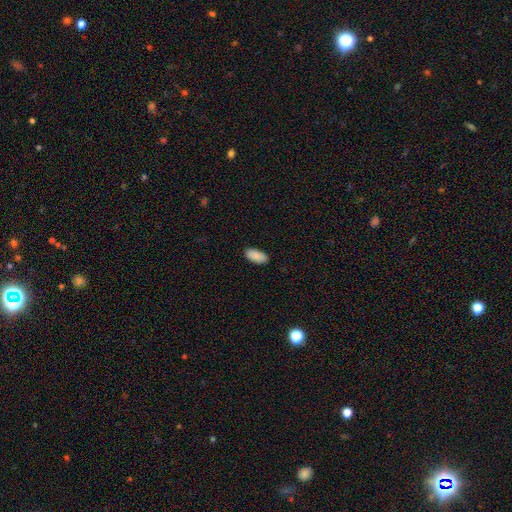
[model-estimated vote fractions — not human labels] Smooth or featured: smooth — 90% (star or artifact — 7%)
How rounded: in between — 93% (cigar-shaped — 5%)
Merging: none — 88% (minor disturbance — 9%)